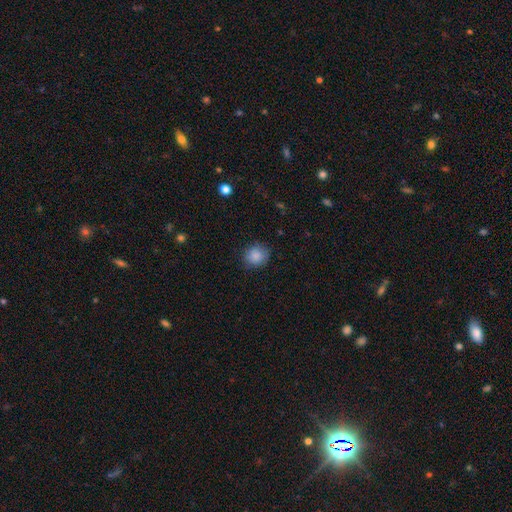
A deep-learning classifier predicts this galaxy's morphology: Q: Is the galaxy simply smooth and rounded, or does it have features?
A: smooth — 87%.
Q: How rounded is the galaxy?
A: round — 82%.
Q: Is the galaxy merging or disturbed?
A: none — 83%.